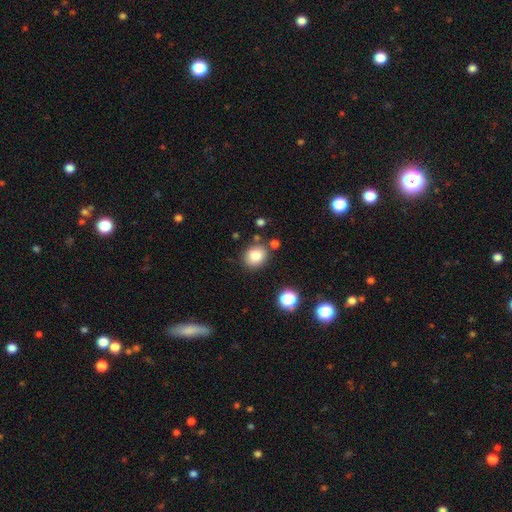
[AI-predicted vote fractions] smooth-or-featured: smooth: 82% | star or artifact: 11% | featured or disk: 7%
  how-rounded: round: 68% | in between: 31% | cigar-shaped: 1%
  merging: none: 80% | minor disturbance: 11% | merger: 6% | major disturbance: 3%